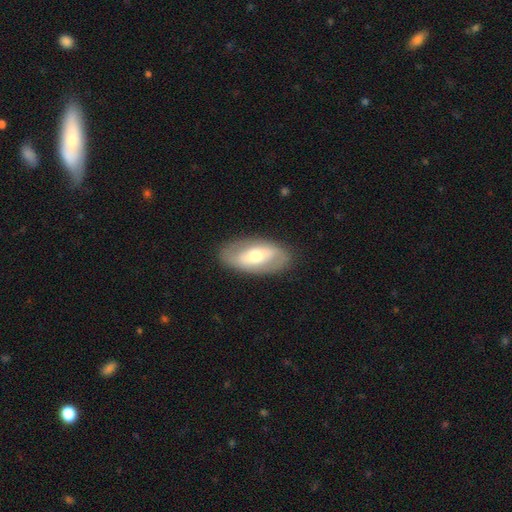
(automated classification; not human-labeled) Smooth or featured? featured or disk (55%)
Edge-on disk? no (88%)
Merging? none (85%)